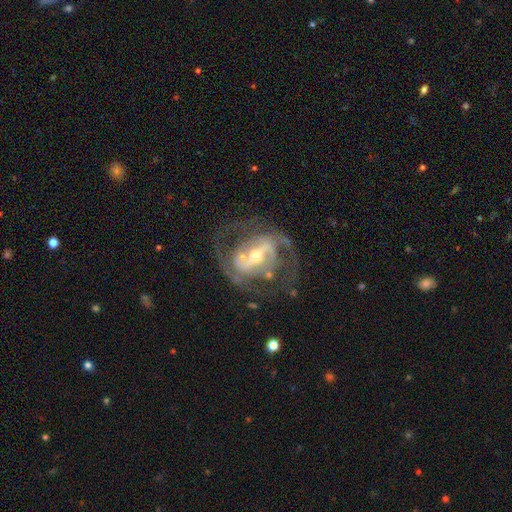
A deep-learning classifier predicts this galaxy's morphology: Q: Smooth or featured?
A: featured or disk (88%); runner-up: smooth (7%)
Q: Edge-on disk?
A: no (96%); runner-up: yes (4%)
Q: Bar?
A: strong (56%); runner-up: weak (30%)
Q: Spiral arms?
A: yes (89%); runner-up: no (11%)
Q: Spiral winding?
A: medium (51%); runner-up: tight (29%)
Q: Spiral arm count?
A: 2 (70%); runner-up: can't tell (13%)
Q: Bulge size?
A: small (54%); runner-up: moderate (41%)
Q: Merging?
A: none (63%); runner-up: major disturbance (18%)